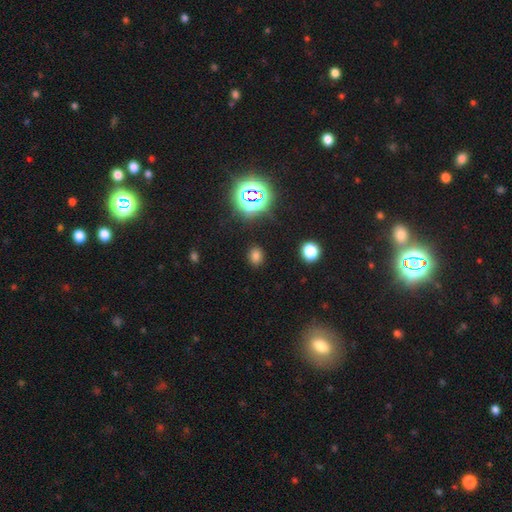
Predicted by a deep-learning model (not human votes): A smooth galaxy with no disk features (69%) that is round (58%). Merging: none (87%).